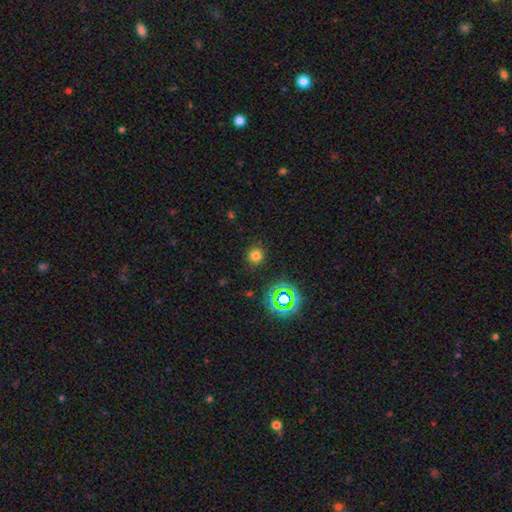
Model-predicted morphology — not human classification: smooth_or_featured: smooth (p=0.73) [alt: star or artifact p=0.21]
how_rounded: round (p=0.93) [alt: in between p=0.06]
merging: none (p=0.89) [alt: minor disturbance p=0.07]